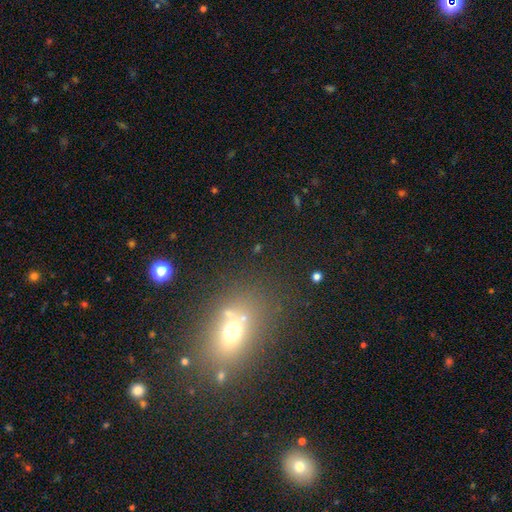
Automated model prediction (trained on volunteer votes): The model was most divided on "smooth or featured": smooth: 49%, star or artifact: 32%, featured or disk: 20%. More confident: merging — none (62%).